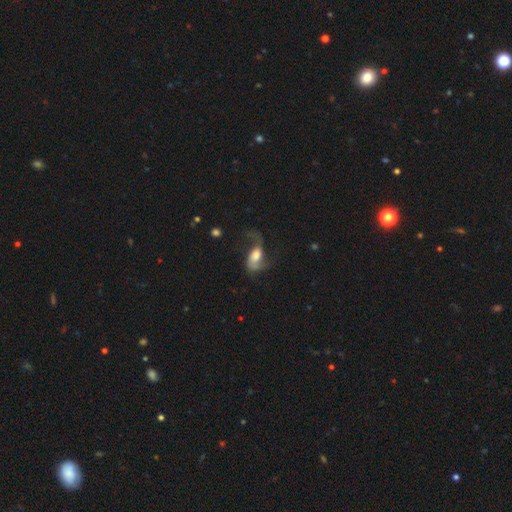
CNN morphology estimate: This is likely a featured or disk galaxy (61%). It is clearly not viewed edge-on (93%). Bar: possibly no (52%). Spiral arm pattern: clearly yes (84%). Central bulge: marginally moderate (42%). Merging: marginally none (40%).